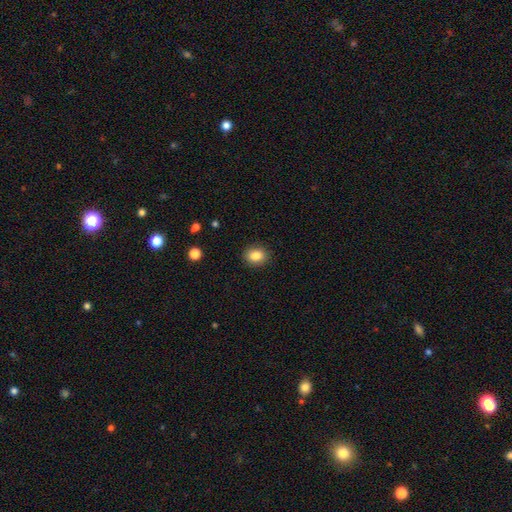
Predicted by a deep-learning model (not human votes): Morphology: type=smooth (85%); roundness=round (54%); merging=none (89%).